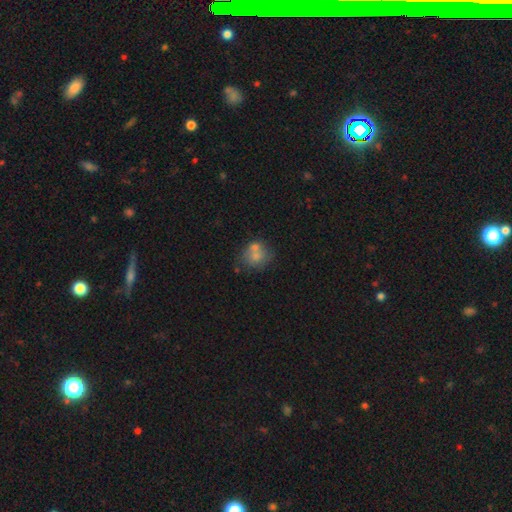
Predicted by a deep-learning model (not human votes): This is likely a smooth galaxy (65%). How rounded: likely round (77%). Merging: possibly none (46%).